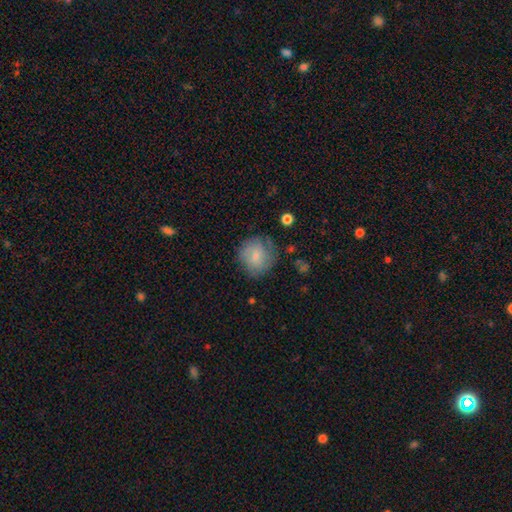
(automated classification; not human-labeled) Smooth or featured? smooth (59%)
How rounded? round (85%)
Merging? none (68%)